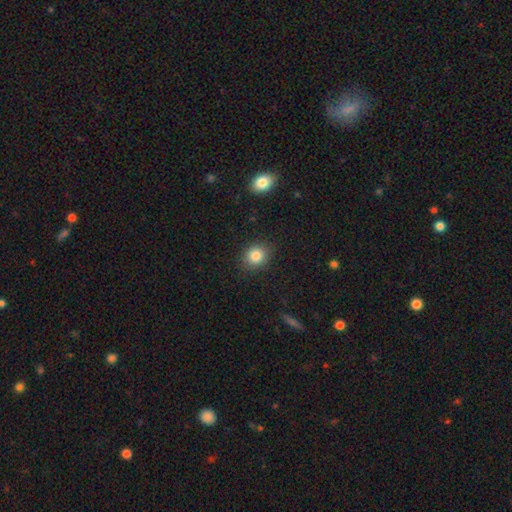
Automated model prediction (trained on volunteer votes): Smooth or featured: smooth — 84% (star or artifact — 10%)
How rounded: round — 69% (in between — 30%)
Merging: none — 88% (minor disturbance — 9%)